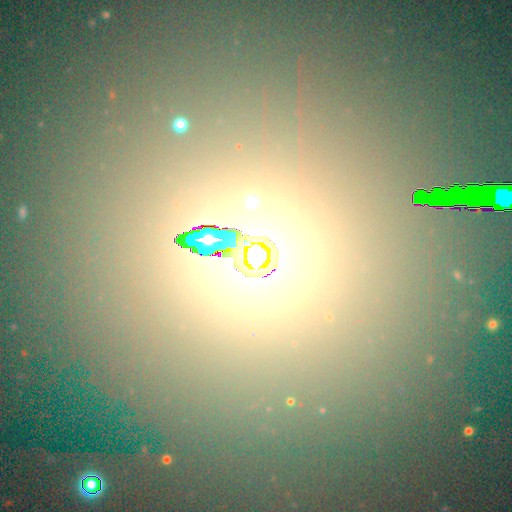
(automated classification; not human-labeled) Smooth or featured: star or artifact — 50% (smooth — 38%)